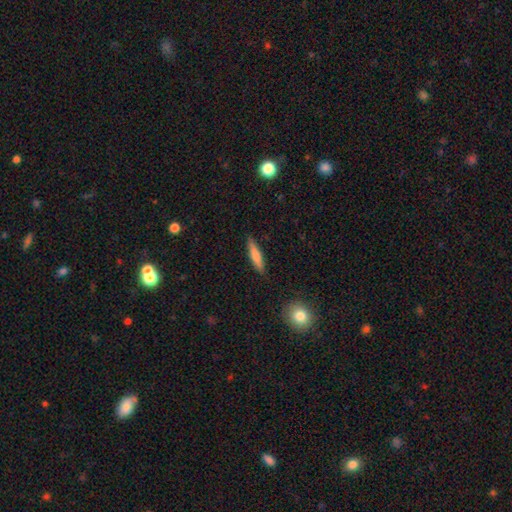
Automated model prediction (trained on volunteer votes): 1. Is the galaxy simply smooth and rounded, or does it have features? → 75% smooth, 19% featured or disk, 6% star or artifact.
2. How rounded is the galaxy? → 83% cigar-shaped, 15% in between, 2% round.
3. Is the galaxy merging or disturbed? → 88% none, 9% minor disturbance, 2% major disturbance, 1% merger.